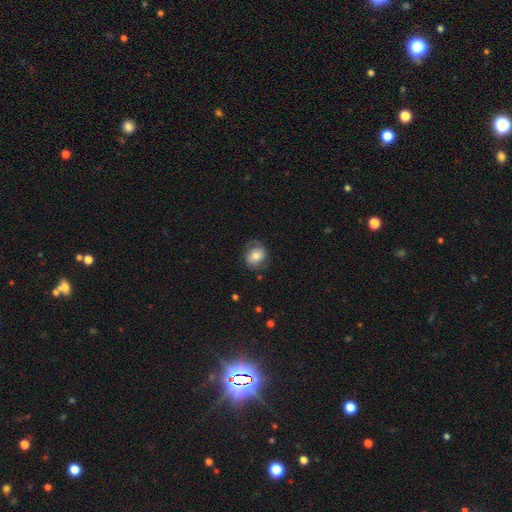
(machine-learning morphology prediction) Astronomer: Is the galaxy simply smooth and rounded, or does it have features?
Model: smooth — 54% (runner-up: featured or disk, 37%).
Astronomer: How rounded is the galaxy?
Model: round — 58% (runner-up: in between, 41%).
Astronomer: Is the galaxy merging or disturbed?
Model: none — 65%.